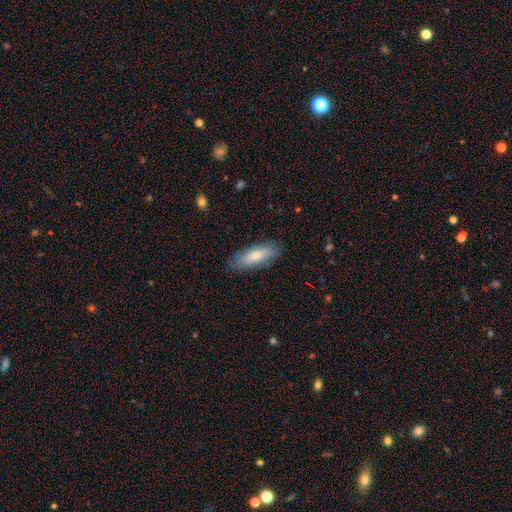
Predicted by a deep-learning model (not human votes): The model was most divided on "how rounded": in between: 62%, cigar-shaped: 36%, round: 2%. More confident: merging — none (84%); smooth or featured — smooth (75%).